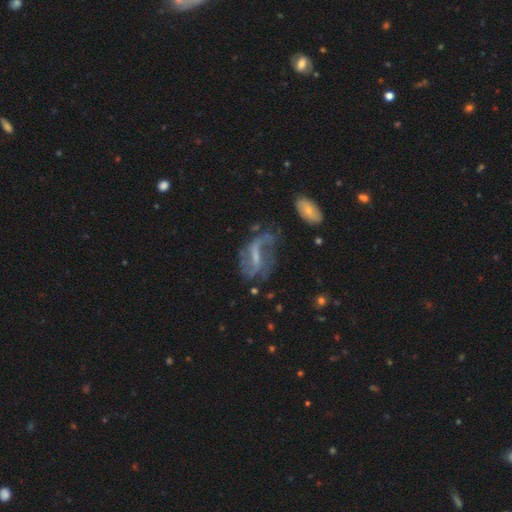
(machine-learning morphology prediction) This appears to be a featured or disk galaxy (78%) with a weak bar (45%), 2 (72%) loose (63%) spiral arms (86%) and a small central bulge (45%). Merging: none (48%).